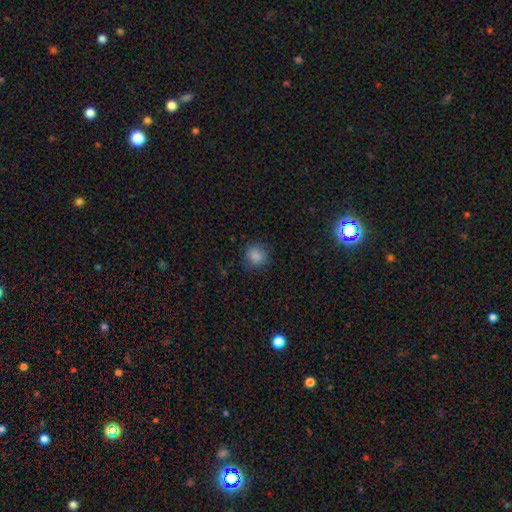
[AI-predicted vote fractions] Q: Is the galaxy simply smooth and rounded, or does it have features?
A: smooth — 86%.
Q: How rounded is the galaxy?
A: round — 88%.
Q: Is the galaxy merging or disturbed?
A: none — 84%.